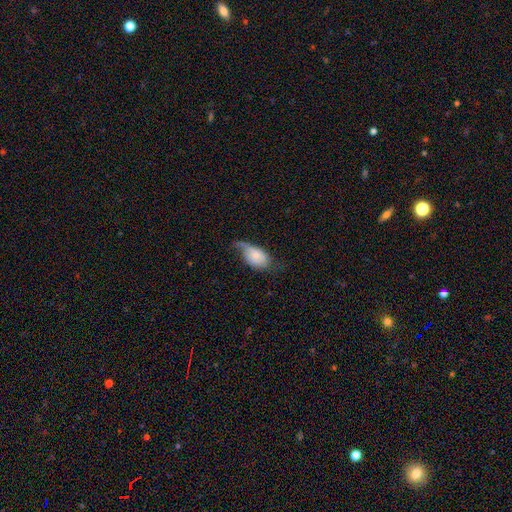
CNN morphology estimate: smooth_or_featured: smooth (p=0.63) [alt: featured or disk p=0.29]
how_rounded: in between (p=0.91) [alt: round p=0.07]
merging: minor disturbance (p=0.38) [alt: major disturbance p=0.33]